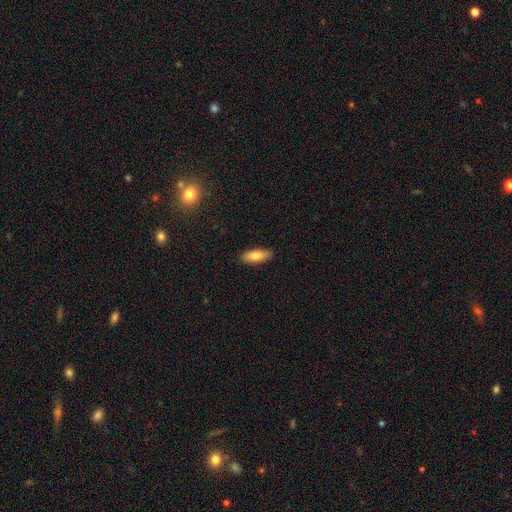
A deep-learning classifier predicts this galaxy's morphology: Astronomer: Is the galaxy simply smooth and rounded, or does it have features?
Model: smooth — 81%.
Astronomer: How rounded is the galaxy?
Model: in between — 71%.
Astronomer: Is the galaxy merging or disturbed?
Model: none — 89%.